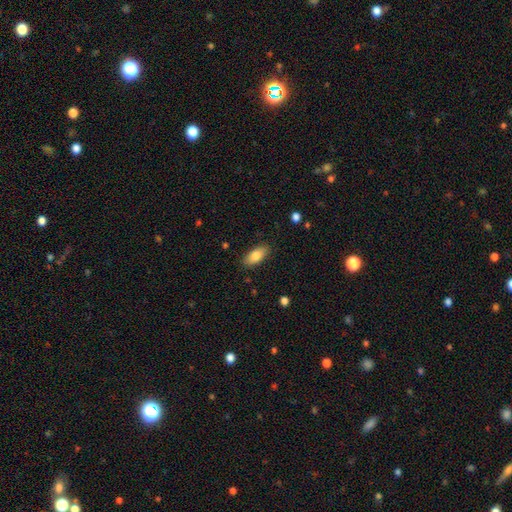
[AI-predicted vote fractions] A smooth galaxy with no disk features (81%) that is in between round and cigar-shaped (87%).

Vote fractions:
- Smooth or featured? smooth: 81% / featured or disk: 12% / star or artifact: 7%
- How rounded? in between: 87% / cigar-shaped: 10% / round: 3%
- Merging? none: 86% / minor disturbance: 10% / major disturbance: 2% / merger: 1%